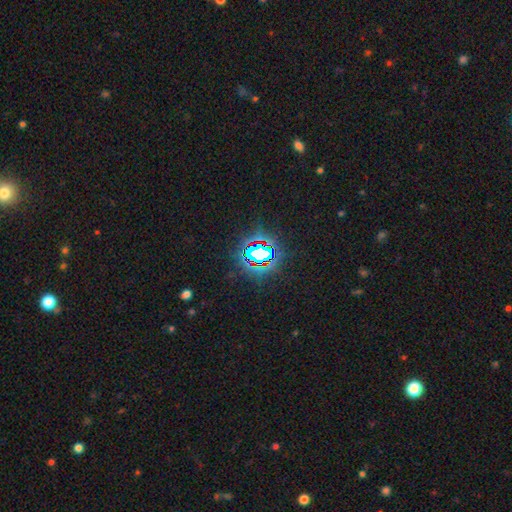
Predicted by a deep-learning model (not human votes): smooth_or_featured: star or artifact (p=0.81) [alt: smooth p=0.12]